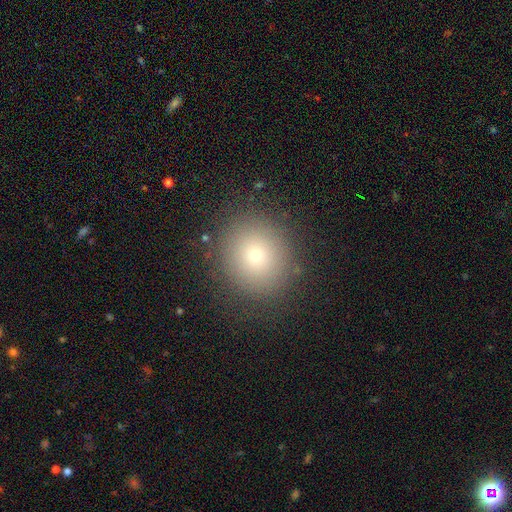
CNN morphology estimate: smooth 71%, star or artifact 17%, featured or disk 12%. Down the decision tree: how rounded — round (88%); merging — none (87%).